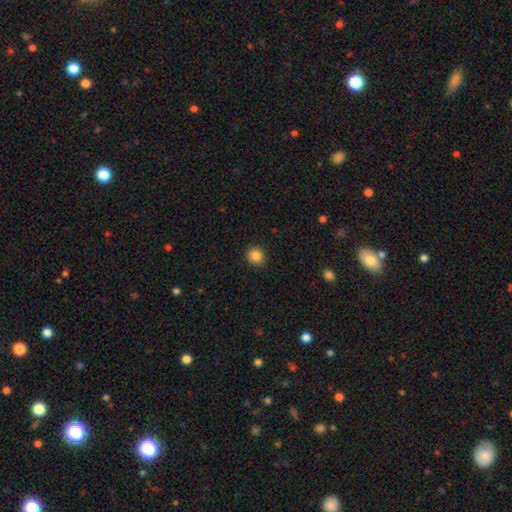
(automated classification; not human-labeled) Smooth or featured: smooth — 85% (star or artifact — 10%)
How rounded: round — 88% (in between — 11%)
Merging: none — 91% (minor disturbance — 6%)